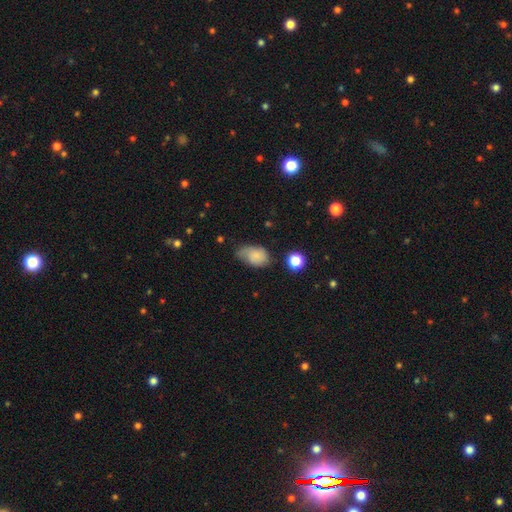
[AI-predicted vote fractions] The model was most divided on "merging": none: 42%, minor disturbance: 40%, major disturbance: 15%, merger: 3%. More confident: how rounded — in between (84%); smooth or featured — smooth (74%).